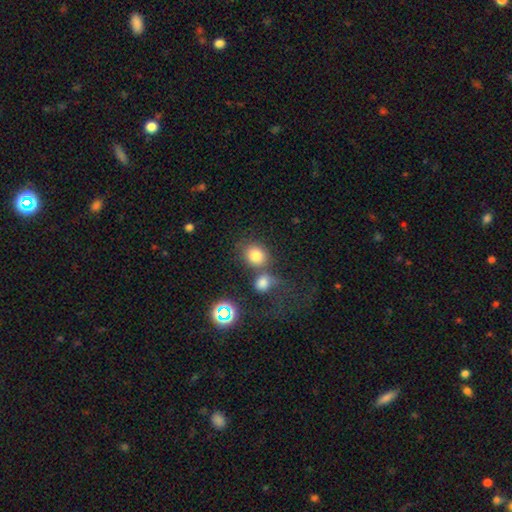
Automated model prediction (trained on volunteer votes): smooth-or-featured: smooth: 79% | star or artifact: 14% | featured or disk: 8%
  how-rounded: round: 70% | in between: 28% | cigar-shaped: 1%
  merging: none: 52% | merger: 30% | minor disturbance: 11% | major disturbance: 7%